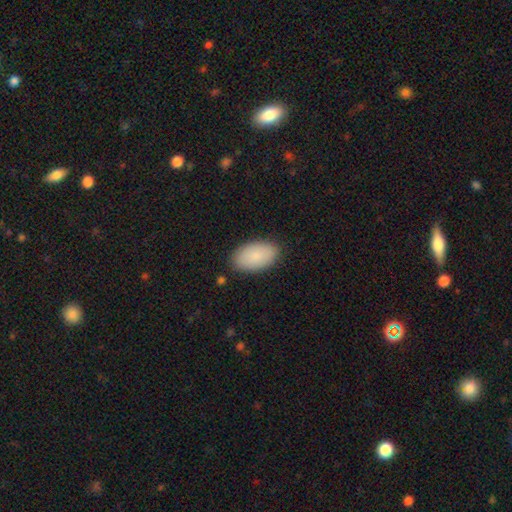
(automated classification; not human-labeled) Q: Smooth or featured?
A: smooth (87%); runner-up: featured or disk (7%)
Q: How rounded?
A: in between (95%); runner-up: round (3%)
Q: Merging?
A: none (87%); runner-up: minor disturbance (10%)